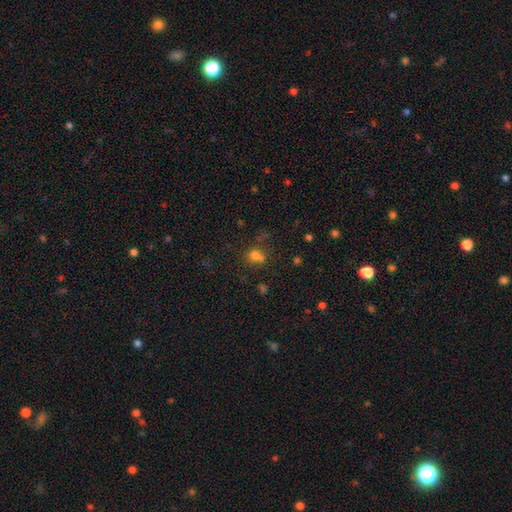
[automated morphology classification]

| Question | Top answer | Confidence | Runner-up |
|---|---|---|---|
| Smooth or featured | smooth | 73% | star or artifact (17%) |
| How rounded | round | 73% | in between (26%) |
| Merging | none | 52% | merger (30%) |